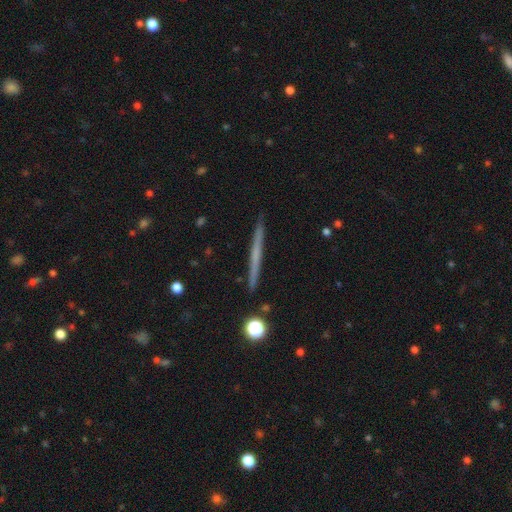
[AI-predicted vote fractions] This is possibly a featured or disk galaxy (54%). It is clearly viewed edge-on (97%). Edge-on bulge: clearly none (82%). Merging: clearly none (92%).